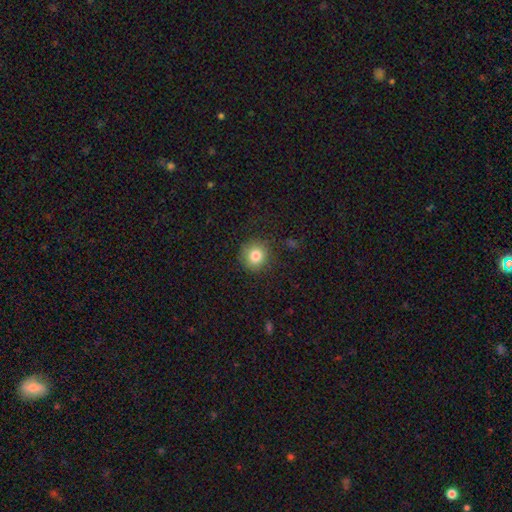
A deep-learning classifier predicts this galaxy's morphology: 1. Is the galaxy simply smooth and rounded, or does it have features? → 82% smooth, 11% star or artifact, 8% featured or disk.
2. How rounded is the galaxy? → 90% round, 9% in between, 1% cigar-shaped.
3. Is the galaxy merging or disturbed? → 85% none, 10% minor disturbance, 3% major disturbance, 1% merger.